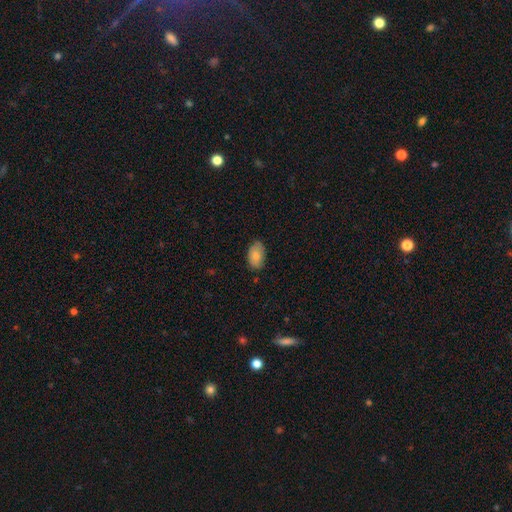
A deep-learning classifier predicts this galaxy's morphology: The model was most divided on "merging": none: 79%, minor disturbance: 17%, major disturbance: 3%, merger: 1%. More confident: how rounded — in between (91%); smooth or featured — smooth (81%).